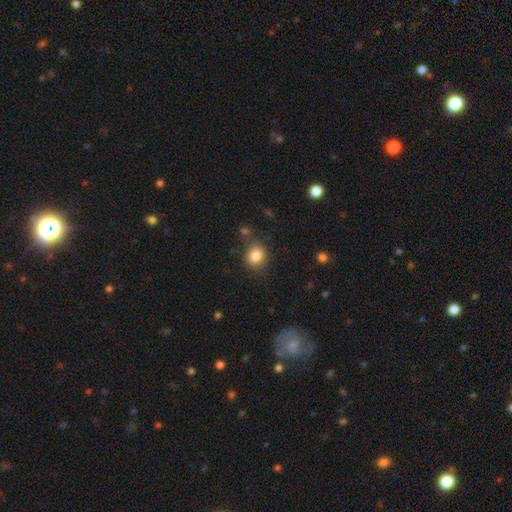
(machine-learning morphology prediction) Smooth or featured: smooth — 83% (star or artifact — 10%)
How rounded: round — 67% (in between — 33%)
Merging: none — 76% (minor disturbance — 14%)